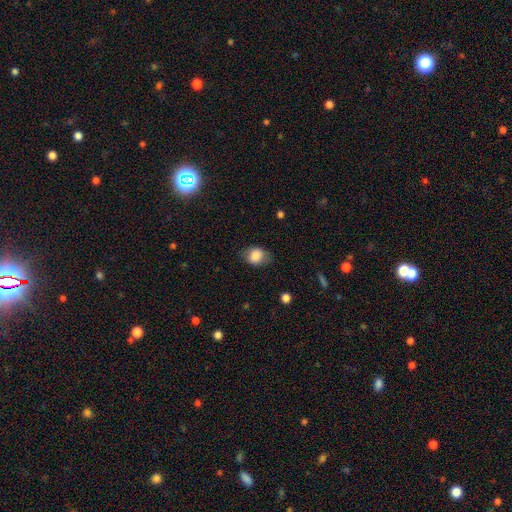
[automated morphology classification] smooth_or_featured: smooth (p=0.82) [alt: featured or disk p=0.09]
how_rounded: in between (p=0.51) [alt: round p=0.48]
merging: none (p=0.74) [alt: minor disturbance p=0.19]